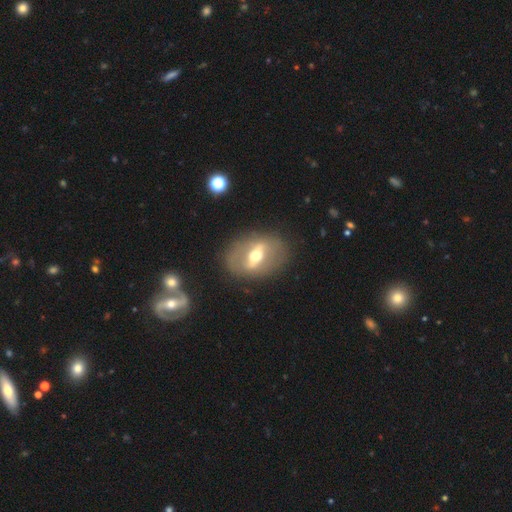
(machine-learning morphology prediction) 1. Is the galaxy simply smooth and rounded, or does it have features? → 68% featured or disk, 25% smooth, 7% star or artifact.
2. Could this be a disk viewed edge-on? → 78% no, 22% yes.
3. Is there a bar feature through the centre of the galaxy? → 67% strong, 23% weak, 10% no.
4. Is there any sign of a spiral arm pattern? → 81% no, 19% yes.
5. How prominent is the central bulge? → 70% moderate, 17% large, 11% small, 2% dominant, 1% none.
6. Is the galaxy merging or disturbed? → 81% none, 11% minor disturbance, 6% major disturbance, 2% merger.